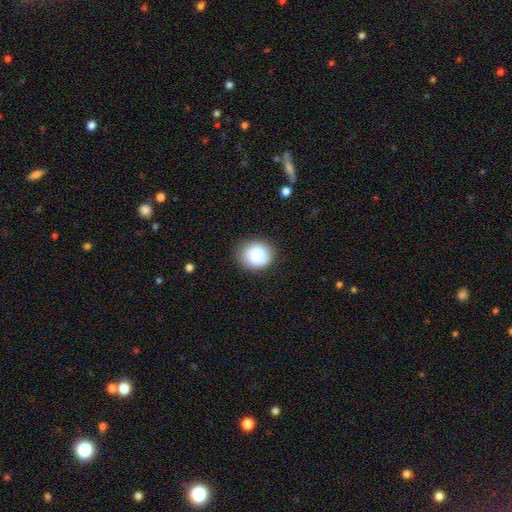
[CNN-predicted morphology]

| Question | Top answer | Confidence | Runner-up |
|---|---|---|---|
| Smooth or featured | smooth | 72% | featured or disk (20%) |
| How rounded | round | 76% | in between (23%) |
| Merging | none | 82% | minor disturbance (13%) |